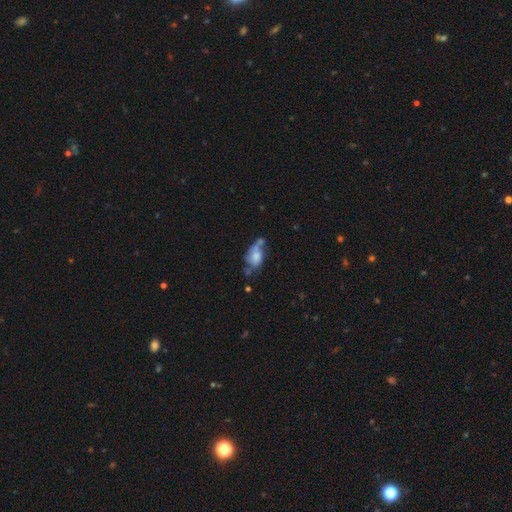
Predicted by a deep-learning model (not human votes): Smooth or featured? smooth (49%)
Merging? merger (30%)